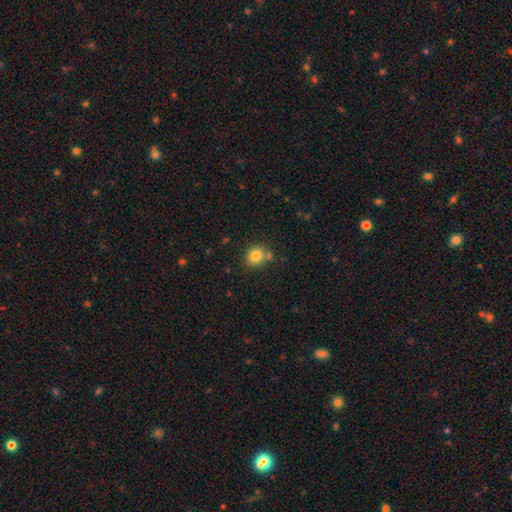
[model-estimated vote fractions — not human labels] A smooth galaxy with no disk features (82%) that is round (73%).

Vote fractions:
- Smooth or featured? smooth: 82% / star or artifact: 11% / featured or disk: 7%
- How rounded? round: 73% / in between: 26% / cigar-shaped: 1%
- Merging? none: 70% / merger: 14% / minor disturbance: 13% / major disturbance: 4%